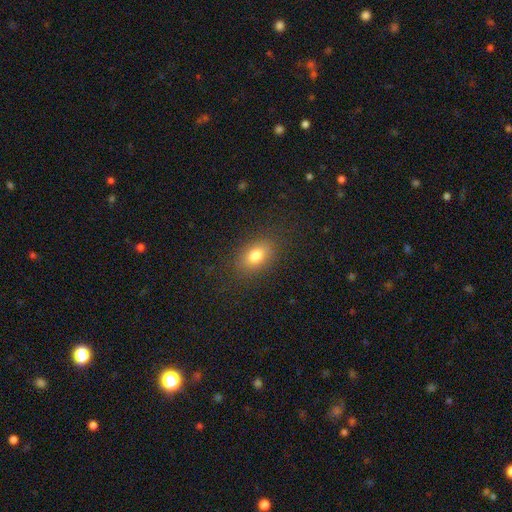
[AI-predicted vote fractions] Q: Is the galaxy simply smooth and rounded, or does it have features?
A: smooth — 80%.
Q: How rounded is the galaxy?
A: in between — 80%.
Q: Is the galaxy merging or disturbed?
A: none — 85%.